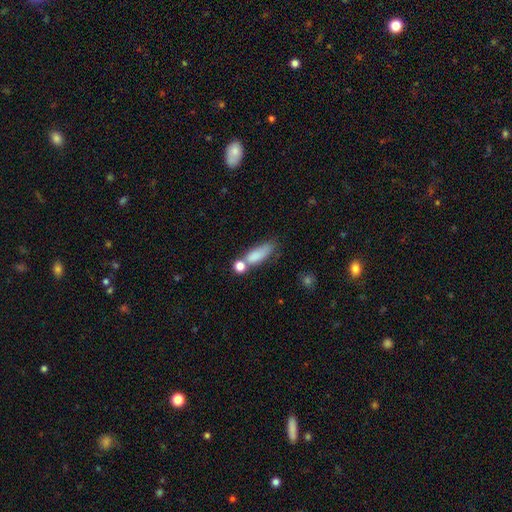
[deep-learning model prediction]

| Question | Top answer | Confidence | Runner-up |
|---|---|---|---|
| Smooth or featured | smooth | 78% | featured or disk (13%) |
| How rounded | in between | 58% | cigar-shaped (35%) |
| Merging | none | 42% | merger (27%) |